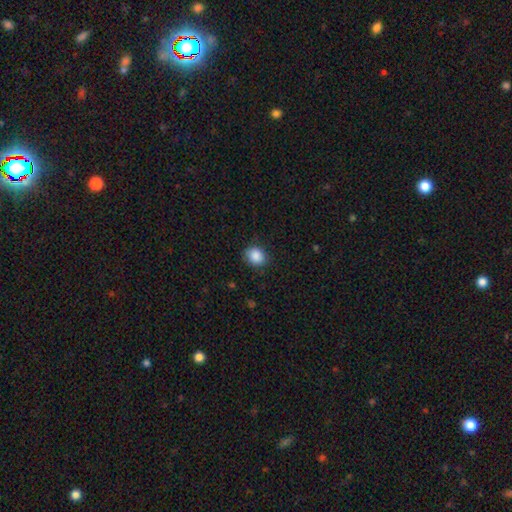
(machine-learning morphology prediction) Smooth or featured?
  - smooth: 88% *
  - star or artifact: 9%
  - featured or disk: 3%
How rounded?
  - round: 68% *
  - in between: 31%
  - cigar-shaped: 1%
Merging?
  - none: 82% *
  - minor disturbance: 13%
  - major disturbance: 3%
  - merger: 1%